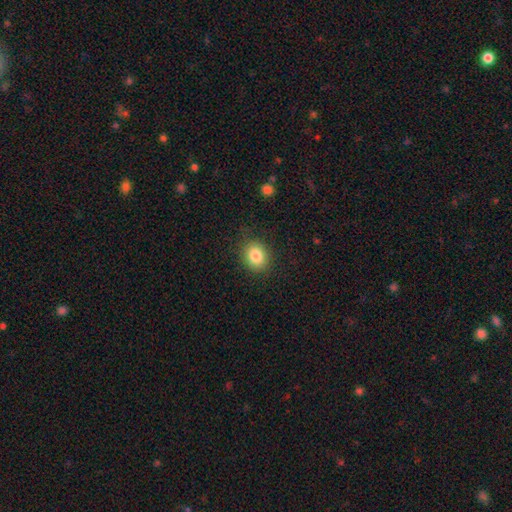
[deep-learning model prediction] smooth 84%, star or artifact 10%, featured or disk 7%. Down the decision tree: how rounded — round (64%); merging — none (86%).